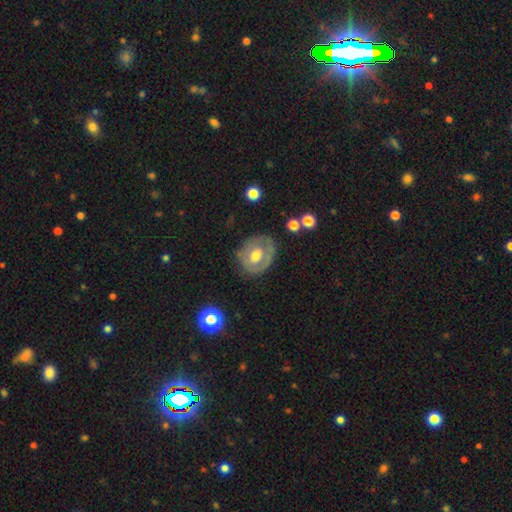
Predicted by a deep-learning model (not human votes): Q: Smooth or featured?
A: featured or disk (57%); runner-up: smooth (36%)
Q: Edge-on disk?
A: no (95%); runner-up: yes (5%)
Q: Bar?
A: no (63%); runner-up: weak (29%)
Q: Spiral arms?
A: no (67%); runner-up: yes (33%)
Q: Bulge size?
A: moderate (68%); runner-up: large (17%)
Q: Merging?
A: none (67%); runner-up: minor disturbance (21%)